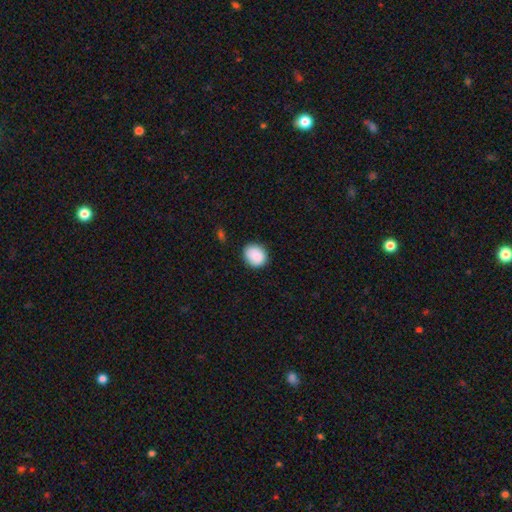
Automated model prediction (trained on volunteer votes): smooth 89%, star or artifact 7%, featured or disk 4%. Down the decision tree: how rounded — round (69%); merging — none (84%).